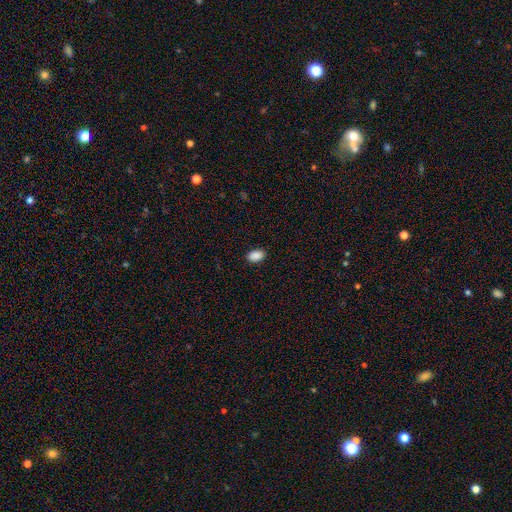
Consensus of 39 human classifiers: Morphology: type=smooth (87%); roundness=in between (88%); merging=none (84%).